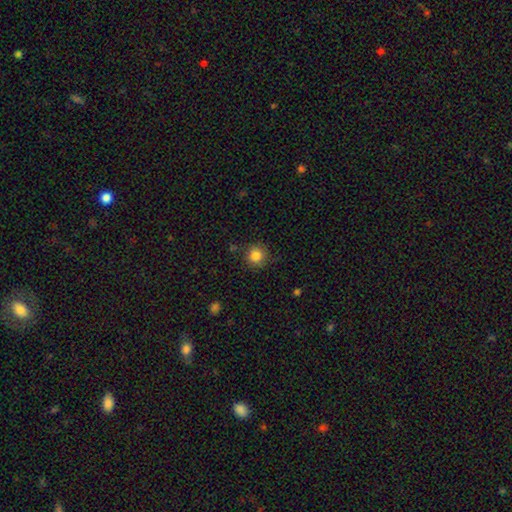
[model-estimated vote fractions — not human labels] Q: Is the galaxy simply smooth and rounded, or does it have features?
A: smooth — 84%.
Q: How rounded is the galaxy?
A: round — 93%.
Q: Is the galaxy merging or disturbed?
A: none — 84%.